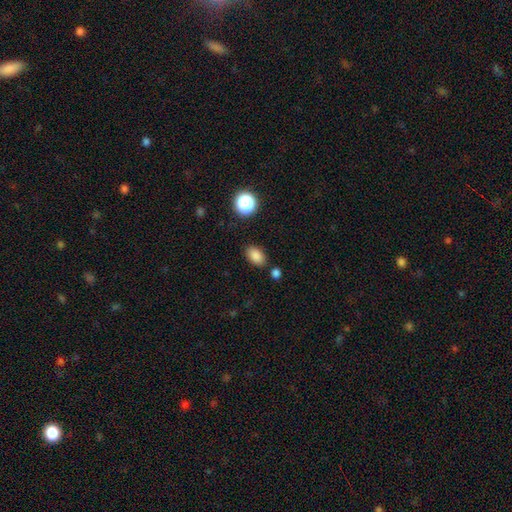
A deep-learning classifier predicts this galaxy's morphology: The model was most divided on "merging": none: 82%, minor disturbance: 11%, merger: 5%, major disturbance: 3%. More confident: how rounded — in between (86%); smooth or featured — smooth (84%).